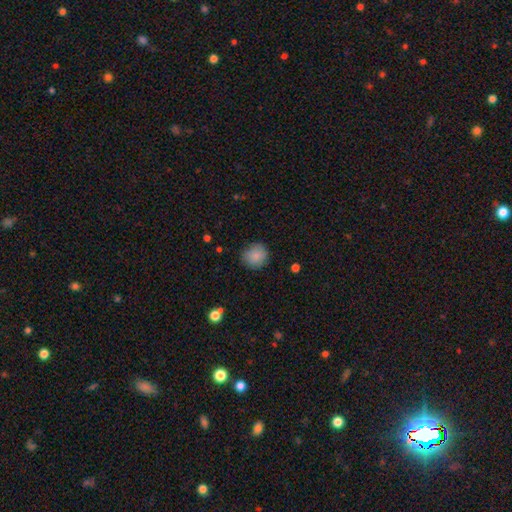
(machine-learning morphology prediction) Smooth or featured? smooth (86%)
How rounded? round (87%)
Merging? none (82%)